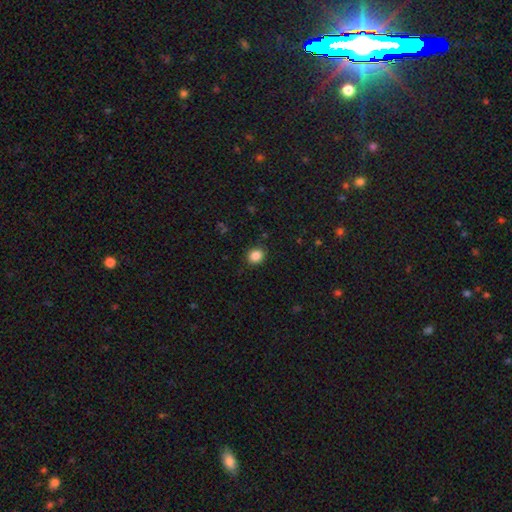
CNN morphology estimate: smooth 86%, star or artifact 10%, featured or disk 4%. Down the decision tree: how rounded — round (72%); merging — none (89%).